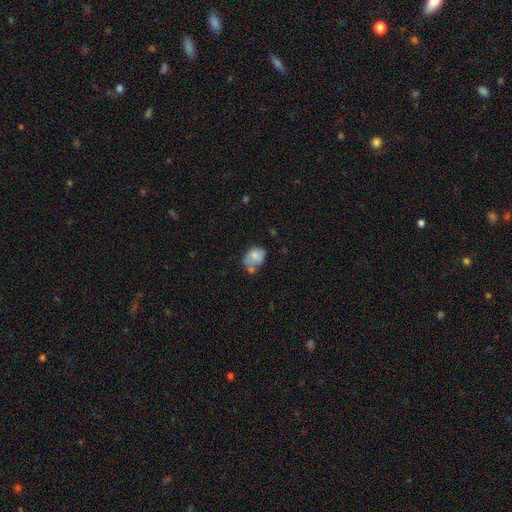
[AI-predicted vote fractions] This is likely a smooth galaxy (70%). How rounded: likely in between (63%). Merging: marginally none (31%).